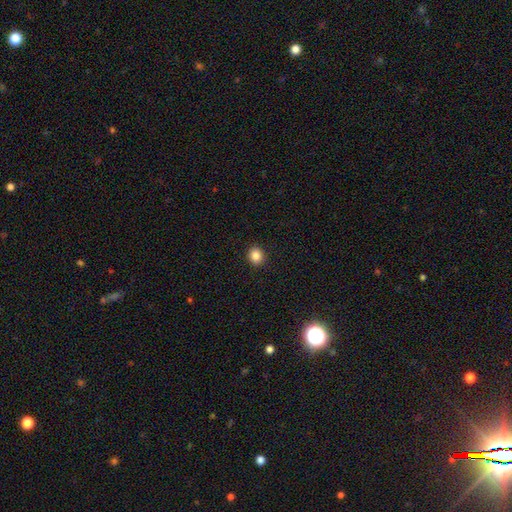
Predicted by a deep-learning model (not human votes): Overall: smooth (86%). How rounded: round (76%). Merging: none (92%).